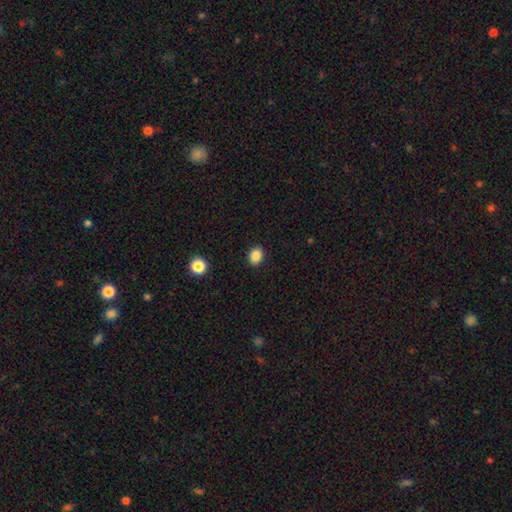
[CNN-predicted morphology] smooth-or-featured: smooth: 86% | star or artifact: 10% | featured or disk: 4%
  how-rounded: round: 52% | in between: 47% | cigar-shaped: 1%
  merging: none: 90% | minor disturbance: 7% | major disturbance: 2% | merger: 1%